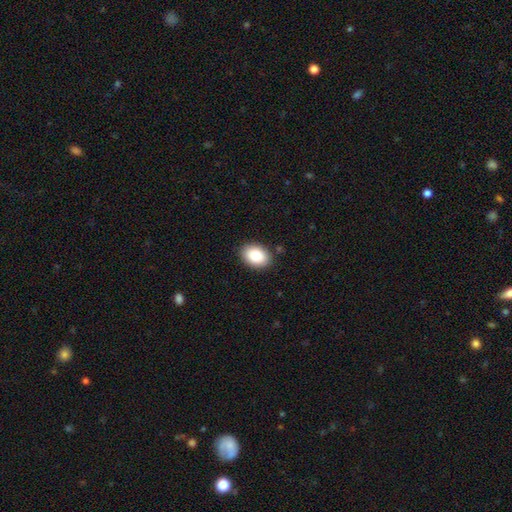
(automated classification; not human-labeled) This is clearly a smooth galaxy (86%). How rounded: clearly in between (83%). Merging: clearly none (88%).